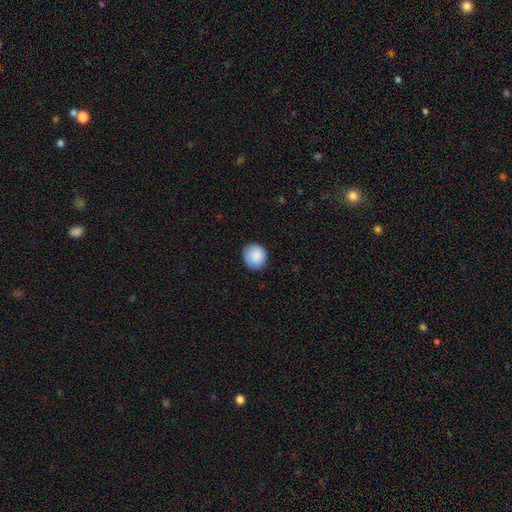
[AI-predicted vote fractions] Q: Smooth or featured?
A: smooth (89%); runner-up: star or artifact (7%)
Q: How rounded?
A: round (85%); runner-up: in between (14%)
Q: Merging?
A: none (86%); runner-up: minor disturbance (11%)